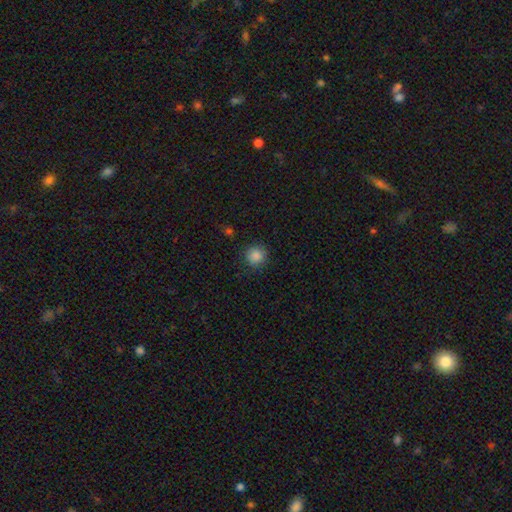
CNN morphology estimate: Smooth or featured? smooth (86%)
How rounded? round (93%)
Merging? none (88%)